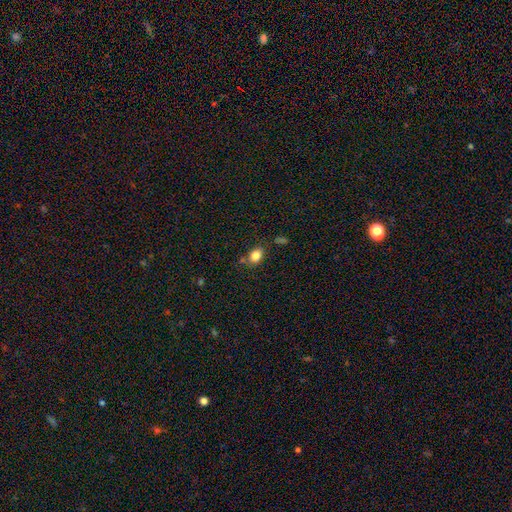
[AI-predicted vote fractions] This appears to be a smooth galaxy with no disk features (83%) that is in between round and cigar-shaped (70%). Merging: none (72%).